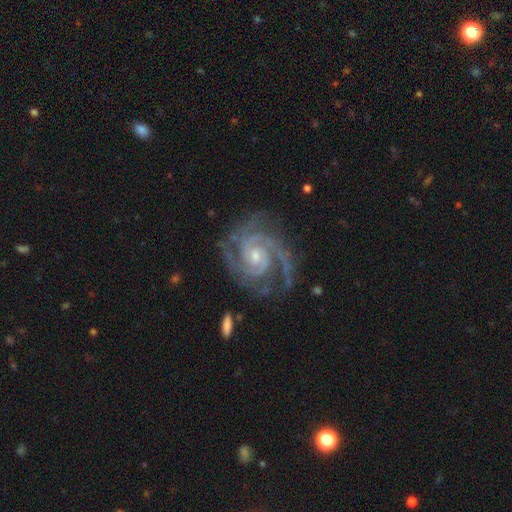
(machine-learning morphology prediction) The model was most divided on "spiral arm count": 2: 40%, 3: 33%, 4: 9%, can't tell: 8%, more than 4: 5%, 1: 5%. More confident: spiral arms — yes (99%); edge-on disk — no (98%); smooth or featured — featured or disk (94%); merging — none (73%); spiral winding — tight (66%); bulge size — small (59%); bar — no (59%).